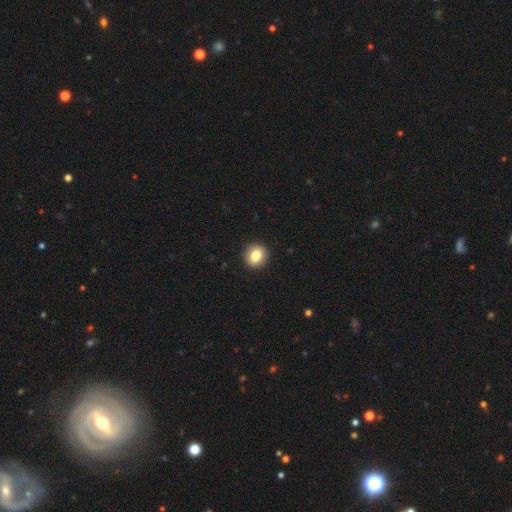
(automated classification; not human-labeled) smooth_or_featured: smooth (p=0.83) [alt: star or artifact p=0.09]
how_rounded: round (p=0.79) [alt: in between p=0.20]
merging: none (p=0.91) [alt: minor disturbance p=0.06]